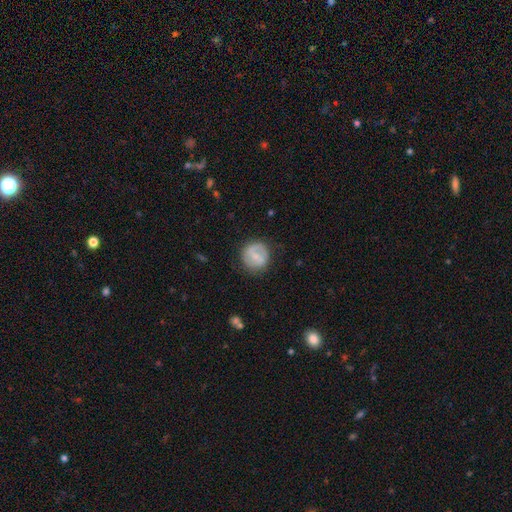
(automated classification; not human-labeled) Smooth or featured?
  - smooth: 54% *
  - featured or disk: 39%
  - star or artifact: 7%
How rounded?
  - round: 89% *
  - in between: 10%
  - cigar-shaped: 1%
Merging?
  - none: 79% *
  - minor disturbance: 14%
  - major disturbance: 5%
  - merger: 1%